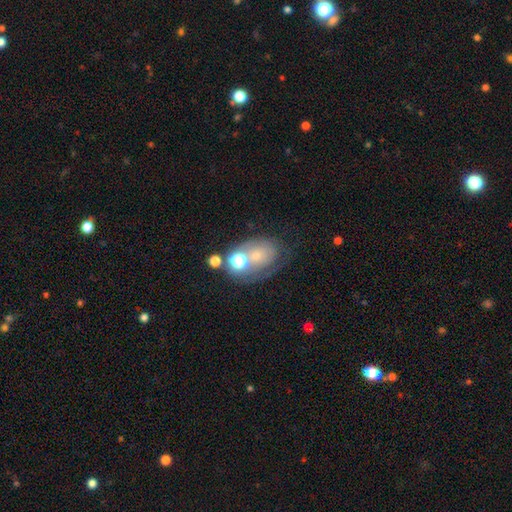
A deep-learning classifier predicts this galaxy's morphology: smooth-or-featured: smooth: 44% | featured or disk: 39% | star or artifact: 18%
  merging: none: 39% | merger: 23% | minor disturbance: 19% | major disturbance: 19%